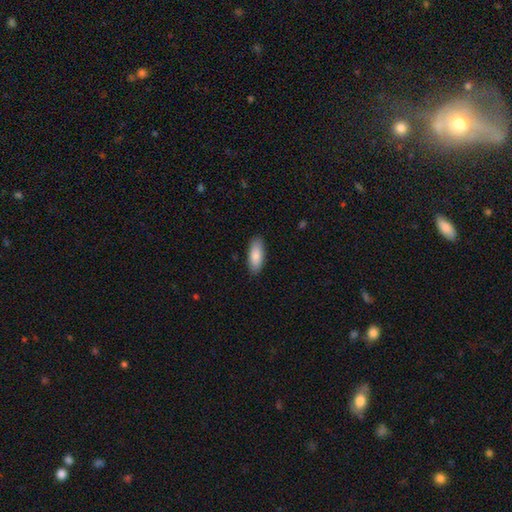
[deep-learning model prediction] This is clearly a smooth galaxy (88%). How rounded: likely in between (79%). Merging: clearly none (88%).